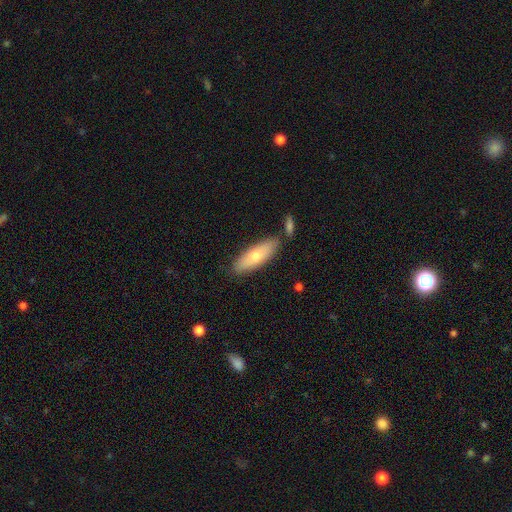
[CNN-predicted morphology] Smooth or featured: smooth — 69% (featured or disk — 25%)
How rounded: in between — 51% (cigar-shaped — 47%)
Merging: none — 78% (minor disturbance — 12%)